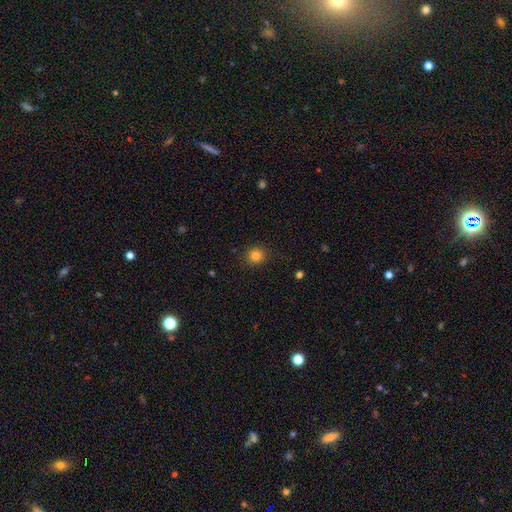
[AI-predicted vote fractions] Smooth or featured: smooth — 84% (star or artifact — 12%)
How rounded: round — 90% (in between — 9%)
Merging: none — 89% (minor disturbance — 7%)